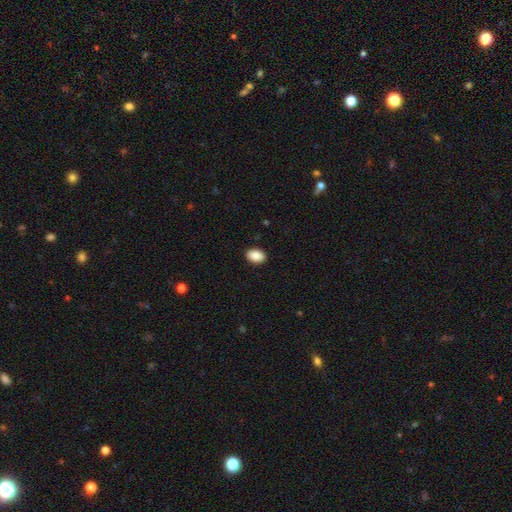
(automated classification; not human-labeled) smooth 88%, star or artifact 7%, featured or disk 5%. Down the decision tree: how rounded — in between (87%); merging — none (90%).